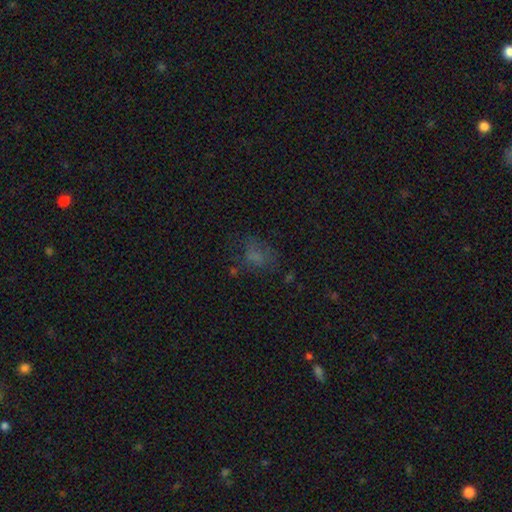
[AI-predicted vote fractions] This is possibly a smooth galaxy (56%). How rounded: likely in between (66%). Merging: possibly none (50%).